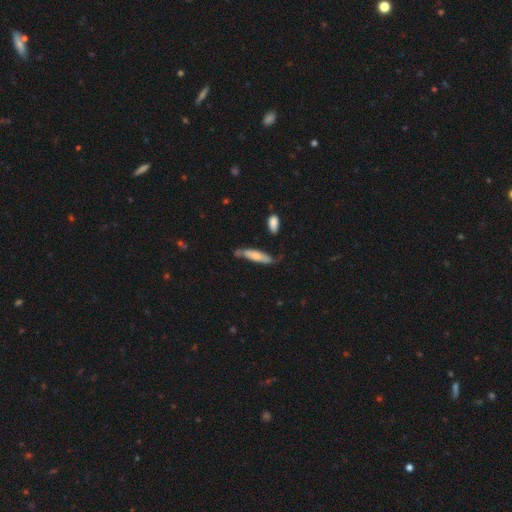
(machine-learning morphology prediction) Smooth or featured? Predicted: smooth (p=0.61). How rounded? Predicted: cigar-shaped (p=0.72). Merging? Predicted: none (p=0.59).